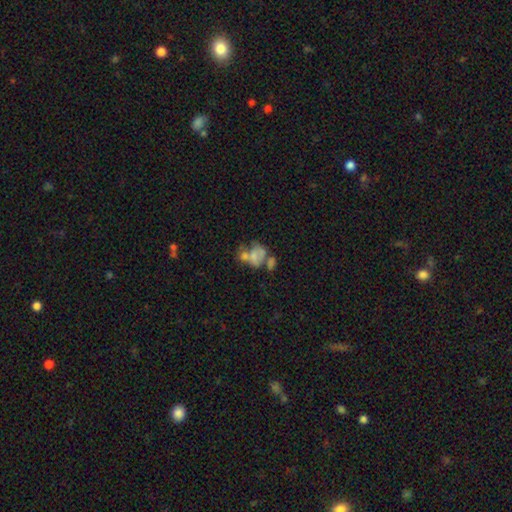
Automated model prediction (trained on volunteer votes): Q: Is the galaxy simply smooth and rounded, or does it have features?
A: smooth — 51%.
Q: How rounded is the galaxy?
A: in between — 65%.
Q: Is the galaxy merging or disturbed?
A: merger — 53%.